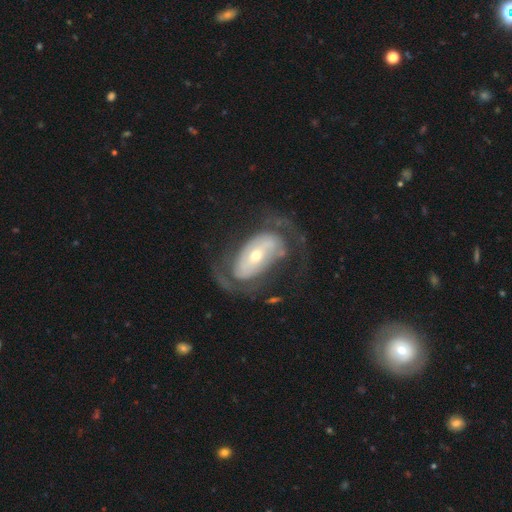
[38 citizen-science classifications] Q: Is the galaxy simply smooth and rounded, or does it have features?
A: featured or disk — 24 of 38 (63%).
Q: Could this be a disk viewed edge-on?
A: no — 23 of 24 (96%).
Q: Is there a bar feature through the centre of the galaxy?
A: no — 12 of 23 (52%).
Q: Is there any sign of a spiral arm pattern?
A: yes — 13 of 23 (57%).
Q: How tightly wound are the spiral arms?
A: medium — 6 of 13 (46%).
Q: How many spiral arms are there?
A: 2 — 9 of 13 (69%).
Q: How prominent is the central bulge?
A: small — 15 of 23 (65%).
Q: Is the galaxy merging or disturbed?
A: major disturbance — 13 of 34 (38%).